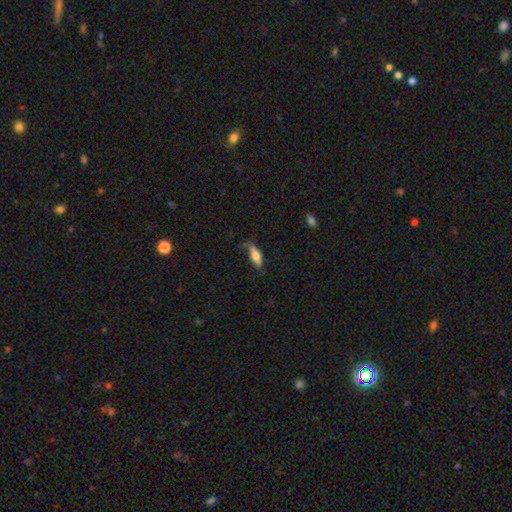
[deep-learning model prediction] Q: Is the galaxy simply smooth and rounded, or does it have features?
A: smooth — 70%.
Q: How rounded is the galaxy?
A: in between — 64%.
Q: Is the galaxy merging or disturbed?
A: none — 53%.